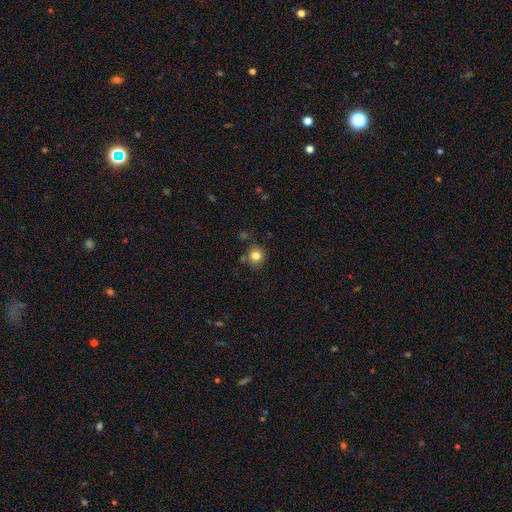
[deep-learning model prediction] This appears to be a smooth galaxy with no disk features (81%) that is round (88%). Merging: none (79%).